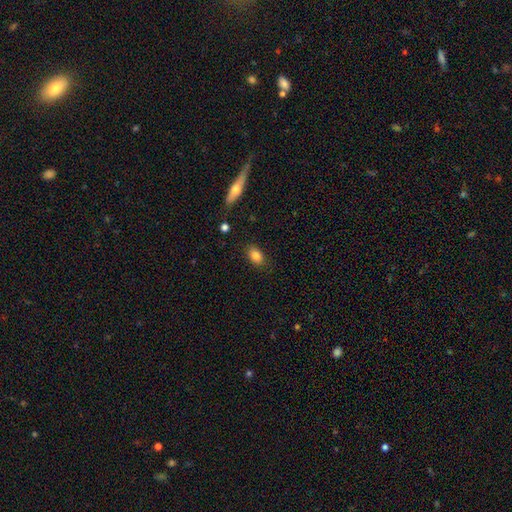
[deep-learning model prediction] Smooth or featured?
  - smooth: 84% *
  - star or artifact: 9%
  - featured or disk: 8%
How rounded?
  - in between: 81% *
  - round: 17%
  - cigar-shaped: 2%
Merging?
  - none: 84% *
  - minor disturbance: 11%
  - major disturbance: 3%
  - merger: 2%